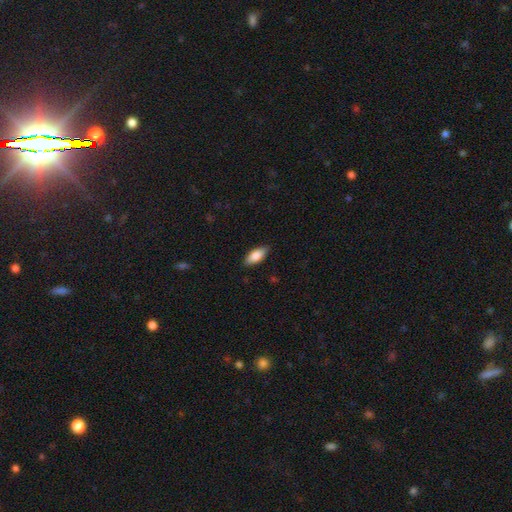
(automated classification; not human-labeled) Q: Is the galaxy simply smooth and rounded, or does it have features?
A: smooth — 84%.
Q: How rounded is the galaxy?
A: in between — 86%.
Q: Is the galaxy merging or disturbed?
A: none — 86%.